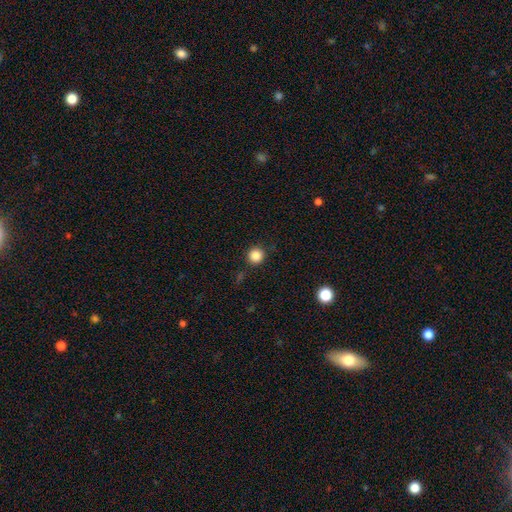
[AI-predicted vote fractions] Smooth or featured? smooth (85%)
How rounded? round (95%)
Merging? none (89%)